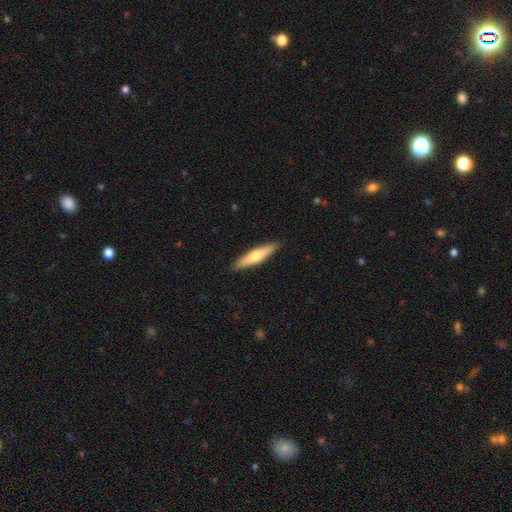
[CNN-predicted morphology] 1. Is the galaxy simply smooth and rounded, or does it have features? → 55% smooth, 40% featured or disk, 5% star or artifact.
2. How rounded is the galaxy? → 81% cigar-shaped, 17% in between, 2% round.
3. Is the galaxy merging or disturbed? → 90% none, 7% minor disturbance, 2% major disturbance, 1% merger.